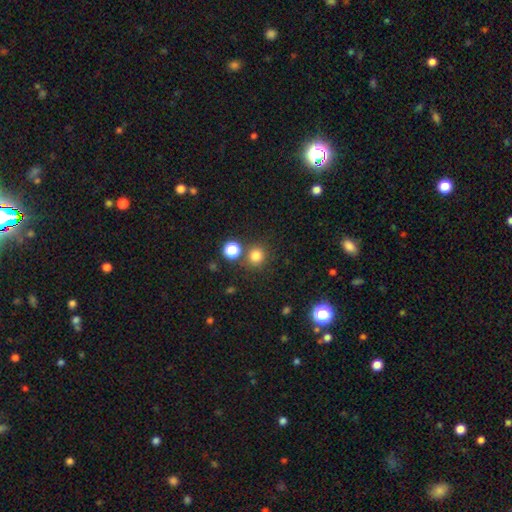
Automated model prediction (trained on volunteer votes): This is likely a smooth galaxy (79%). How rounded: clearly round (91%). Merging: likely none (77%).